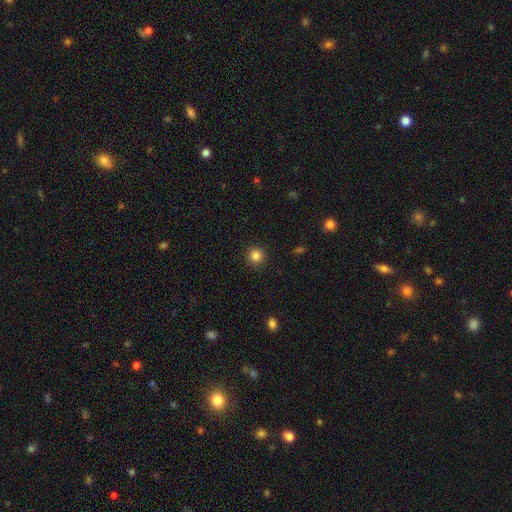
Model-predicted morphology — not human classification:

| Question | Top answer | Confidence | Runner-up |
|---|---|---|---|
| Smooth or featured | smooth | 84% | star or artifact (11%) |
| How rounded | round | 94% | in between (5%) |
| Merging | none | 92% | minor disturbance (5%) |